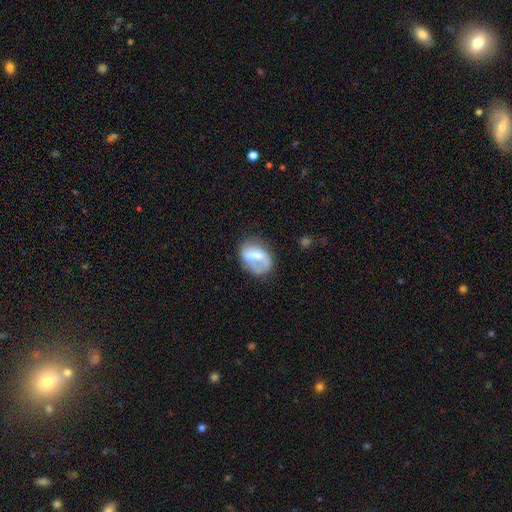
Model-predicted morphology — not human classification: This is possibly a featured or disk galaxy (47%). Merging: possibly none (49%).